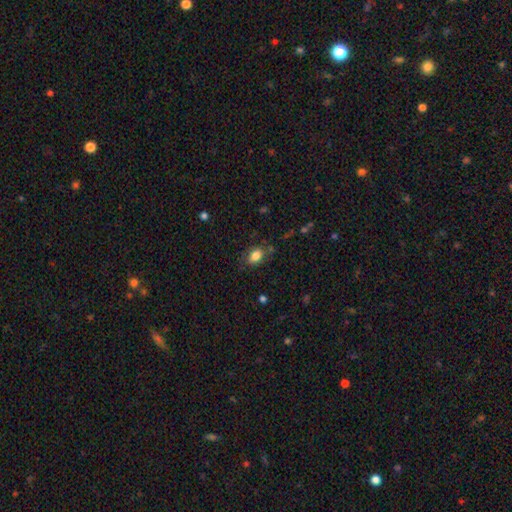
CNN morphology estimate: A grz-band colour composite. It shows a smooth galaxy with no disk features (81%) that is in between round and cigar-shaped (79%). Merging: none (71%).